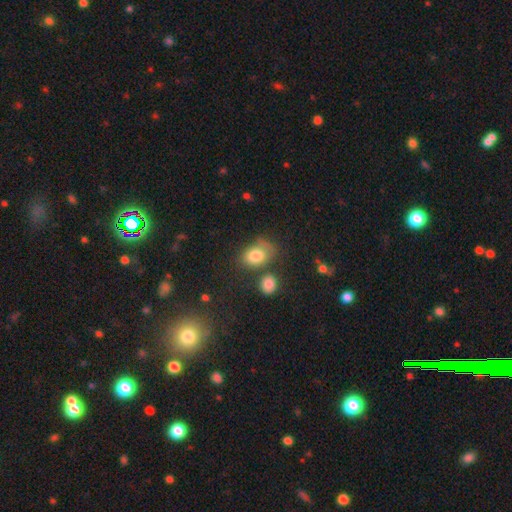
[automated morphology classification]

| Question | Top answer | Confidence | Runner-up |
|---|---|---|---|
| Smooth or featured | smooth | 77% | featured or disk (13%) |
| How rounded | in between | 80% | round (18%) |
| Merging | none | 47% | minor disturbance (25%) |